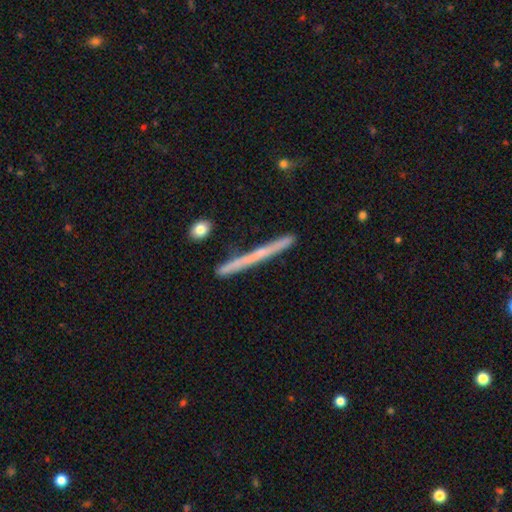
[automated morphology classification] Smooth or featured: featured or disk — 49% (smooth — 45%)
Merging: none — 88% (minor disturbance — 9%)